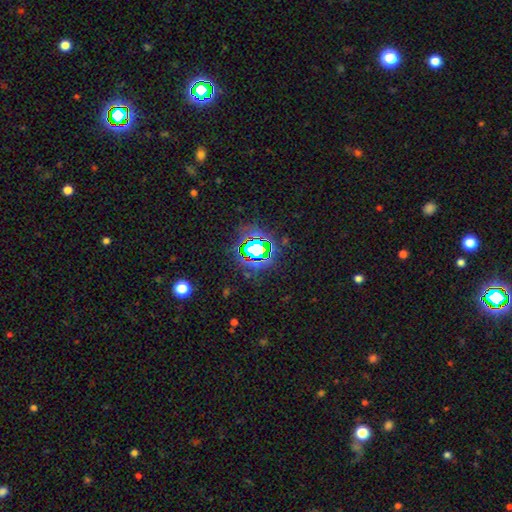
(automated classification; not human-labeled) Overall: star or artifact (81%).